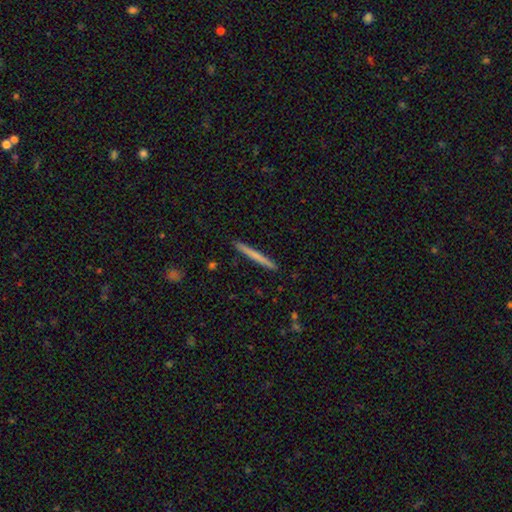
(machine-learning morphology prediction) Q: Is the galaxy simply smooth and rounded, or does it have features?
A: smooth — 63%.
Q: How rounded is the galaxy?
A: cigar-shaped — 97%.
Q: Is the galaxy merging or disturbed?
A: none — 93%.